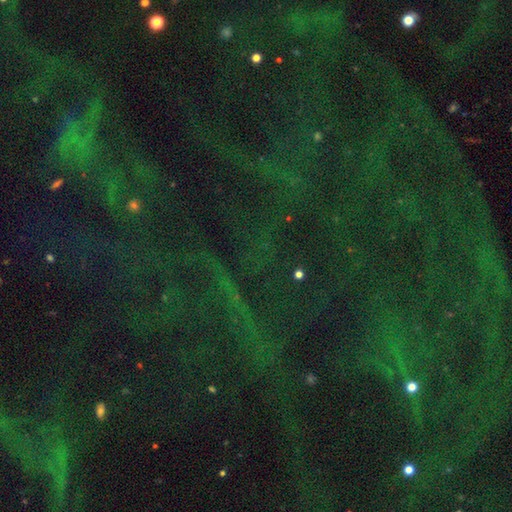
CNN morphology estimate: Q: Smooth or featured?
A: star or artifact (81%); runner-up: smooth (11%)